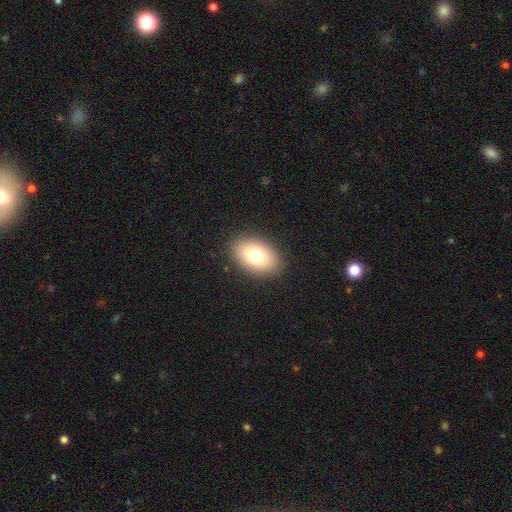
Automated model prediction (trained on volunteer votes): This is likely a smooth galaxy (79%). How rounded: clearly in between (89%). Merging: clearly none (88%).